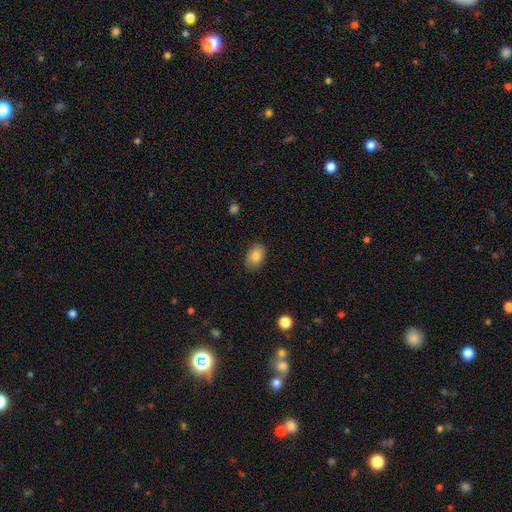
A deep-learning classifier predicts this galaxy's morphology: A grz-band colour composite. It shows a smooth galaxy with no disk features (83%) that is in between round and cigar-shaped (81%). Merging: none (80%).